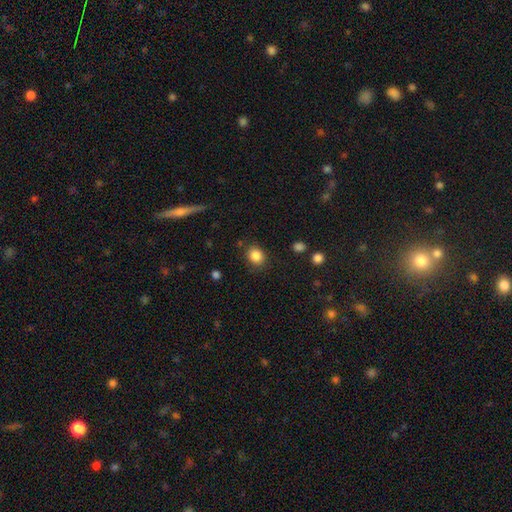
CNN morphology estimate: Overall: smooth (85%). How rounded: round (65%; in between 34%). Merging: none (84%).